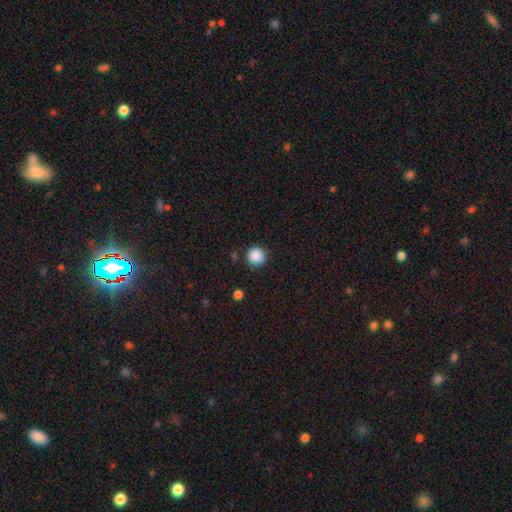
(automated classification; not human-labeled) Morphology: type=smooth (88%); roundness=round (95%); merging=none (88%).